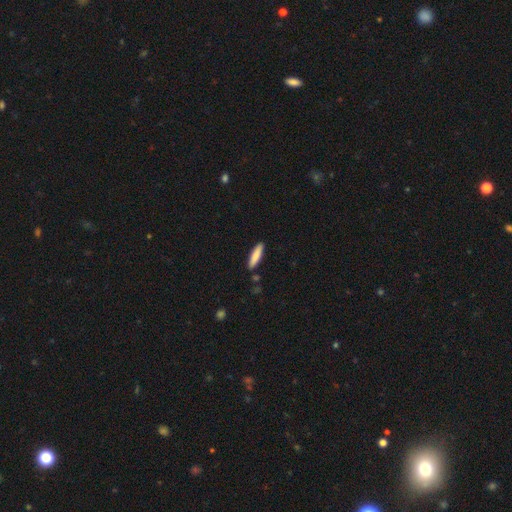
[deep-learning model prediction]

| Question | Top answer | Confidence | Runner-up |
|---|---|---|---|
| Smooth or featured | smooth | 84% | featured or disk (11%) |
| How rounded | cigar-shaped | 78% | in between (21%) |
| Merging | none | 88% | minor disturbance (8%) |